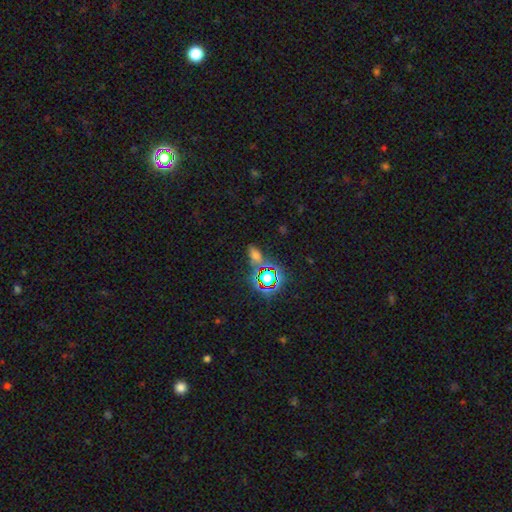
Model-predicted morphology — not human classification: A smooth galaxy with no disk features (49%). Merging: none (70%).